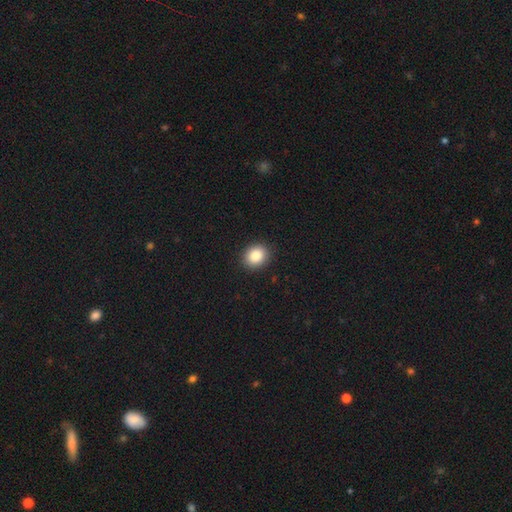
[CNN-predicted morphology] smooth 86%, star or artifact 9%, featured or disk 5%. Down the decision tree: how rounded — round (62%); merging — none (91%).